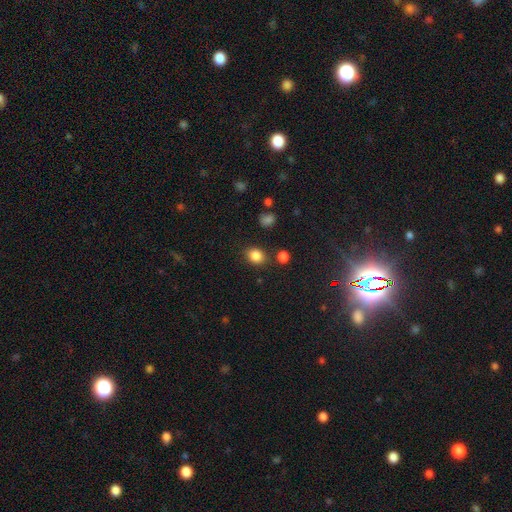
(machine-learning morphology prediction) The model was most divided on "how rounded": round: 51%, in between: 48%, cigar-shaped: 1%. More confident: smooth or featured — smooth (84%); merging — none (81%).